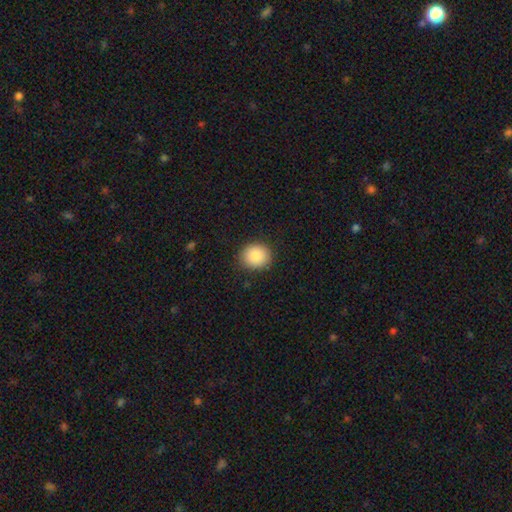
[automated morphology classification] A smooth galaxy with no disk features (89%) that is round (79%).

Vote fractions:
- Smooth or featured? smooth: 89% / star or artifact: 8% / featured or disk: 3%
- How rounded? round: 79% / in between: 20% / cigar-shaped: 1%
- Merging? none: 88% / minor disturbance: 8% / major disturbance: 2% / merger: 1%